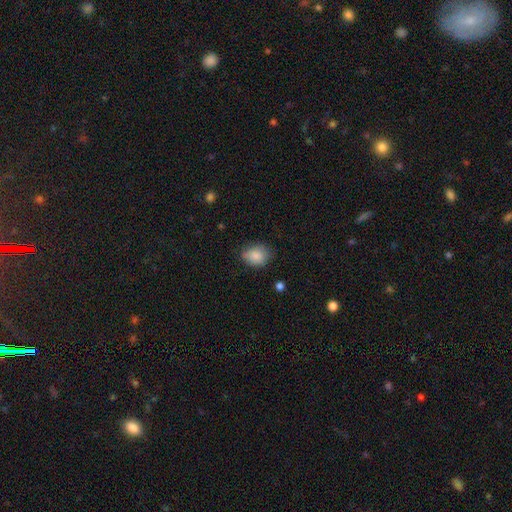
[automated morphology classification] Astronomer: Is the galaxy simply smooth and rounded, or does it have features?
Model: smooth — 86%.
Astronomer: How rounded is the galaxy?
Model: in between — 53% (runner-up: round, 46%).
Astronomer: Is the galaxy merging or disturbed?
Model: none — 68%.